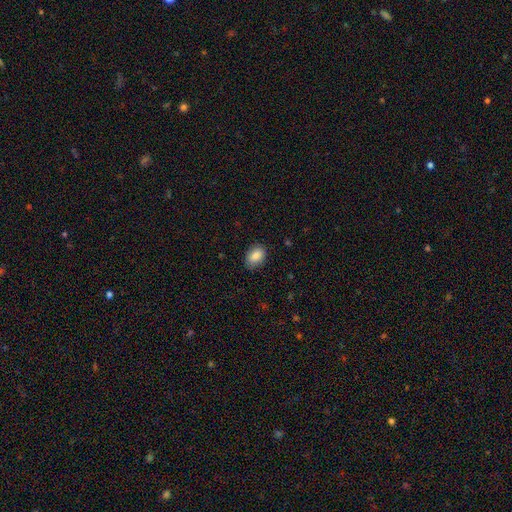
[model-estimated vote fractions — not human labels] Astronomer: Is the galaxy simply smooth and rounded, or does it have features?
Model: smooth — 88%.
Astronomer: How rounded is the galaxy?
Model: in between — 86%.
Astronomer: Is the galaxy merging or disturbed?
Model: none — 84%.